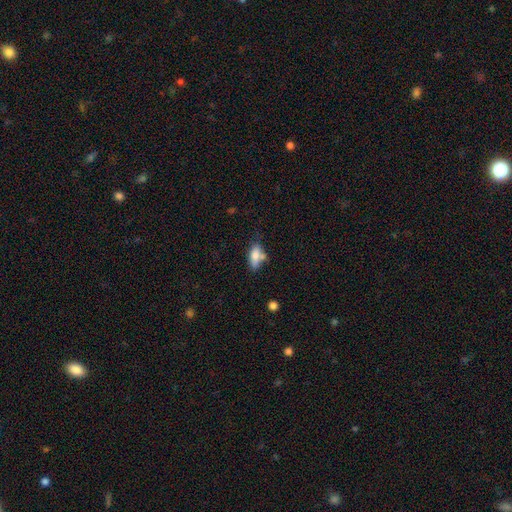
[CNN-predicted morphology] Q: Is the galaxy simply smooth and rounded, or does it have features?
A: smooth — 75%.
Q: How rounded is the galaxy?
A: in between — 80%.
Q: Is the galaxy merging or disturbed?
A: none — 48%.